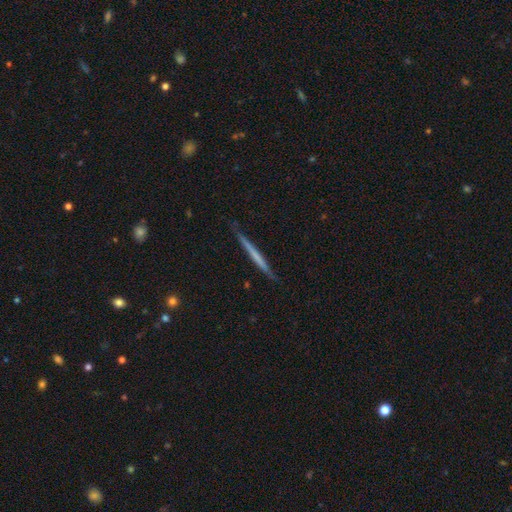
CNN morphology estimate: A featured or disk galaxy (48%).

Vote fractions:
- Smooth or featured? featured or disk: 48% / smooth: 47% / star or artifact: 5%
- Merging? none: 87% / minor disturbance: 10% / major disturbance: 2% / merger: 1%